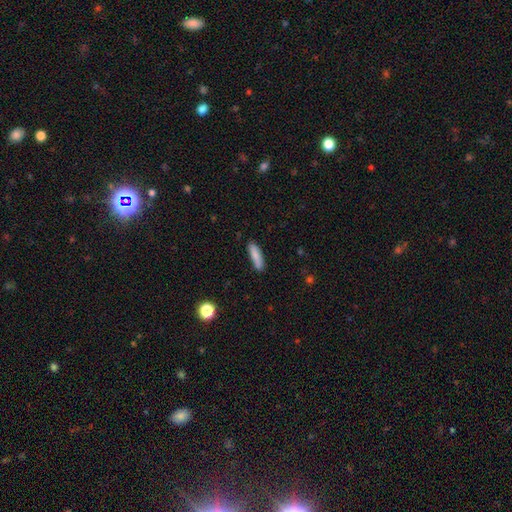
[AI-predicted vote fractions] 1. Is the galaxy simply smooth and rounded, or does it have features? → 83% smooth, 11% featured or disk, 7% star or artifact.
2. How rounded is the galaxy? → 68% cigar-shaped, 30% in between, 2% round.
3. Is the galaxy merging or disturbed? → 80% none, 14% minor disturbance, 3% merger, 3% major disturbance.